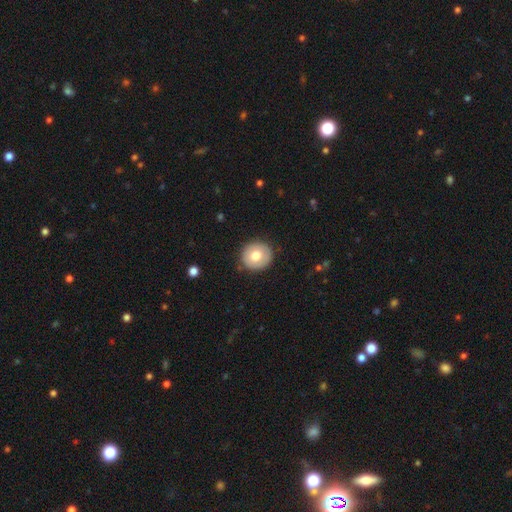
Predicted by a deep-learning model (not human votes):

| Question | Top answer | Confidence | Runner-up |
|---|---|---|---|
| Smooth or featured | smooth | 72% | featured or disk (20%) |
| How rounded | round | 89% | in between (11%) |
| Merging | none | 89% | minor disturbance (8%) |